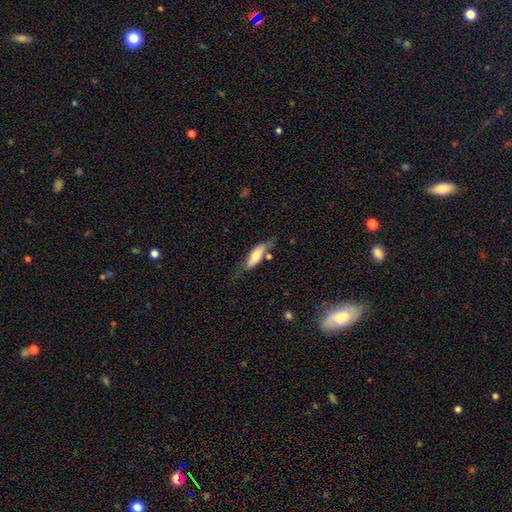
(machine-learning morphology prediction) type=smooth (60%); roundness=in between (62%); merging=none (51%).